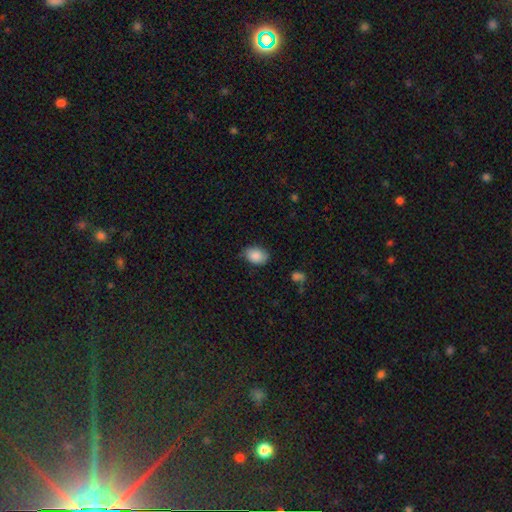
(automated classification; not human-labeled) Morphology: type=smooth (88%); roundness=in between (82%); merging=none (74%).